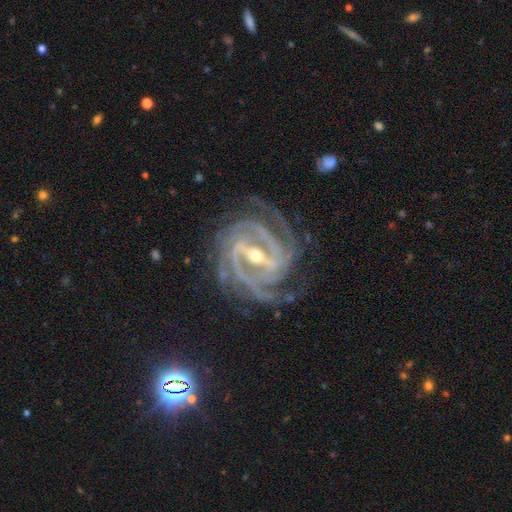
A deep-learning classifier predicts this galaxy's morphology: A featured or disk galaxy (93%) with a strong bar (74%), 3 (32%) tight (62%) spiral arms (99%) and a moderate central bulge (49%).

Vote fractions:
- Smooth or featured? featured or disk: 93% / star or artifact: 4% / smooth: 2%
- Edge-on disk? no: 97% / yes: 3%
- Bar? strong: 74% / weak: 20% / no: 6%
- Spiral arms? yes: 99% / no: 1%
- Spiral winding? tight: 62% / medium: 33% / loose: 5%
- Spiral arm count? 3: 32% / 4: 28% / 2: 16% / can't tell: 10% / more than 4: 9% / 1: 6%
- Bulge size? moderate: 49% / small: 48% / large: 2% / none: 1% / dominant: 1%
- Merging? none: 74% / minor disturbance: 16% / major disturbance: 9% / merger: 1%